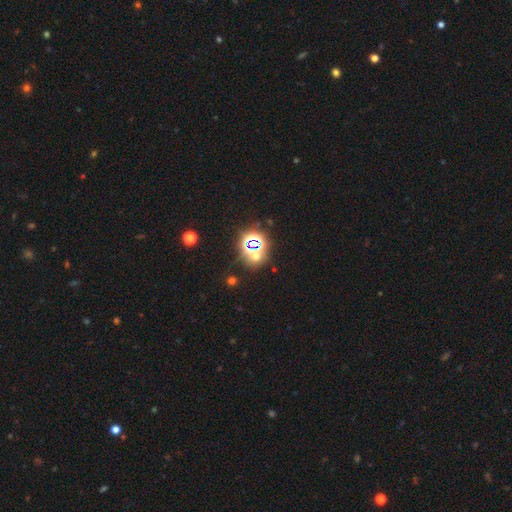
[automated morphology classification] Q: Smooth or featured?
A: star or artifact (63%); runner-up: smooth (27%)